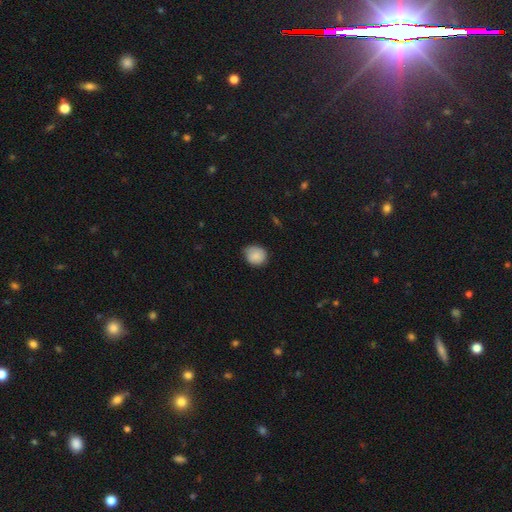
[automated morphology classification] smooth_or_featured: smooth (p=0.86) [alt: star or artifact p=0.08]
how_rounded: round (p=0.75) [alt: in between p=0.24]
merging: none (p=0.61) [alt: minor disturbance p=0.33]